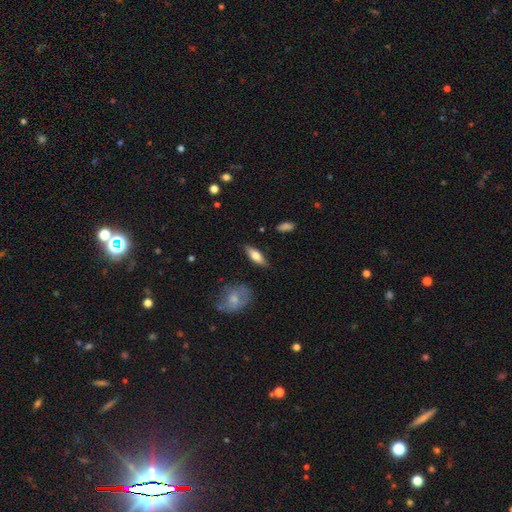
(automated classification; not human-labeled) A smooth galaxy with no disk features (64%) that is in between round and cigar-shaped (62%).

Vote fractions:
- Smooth or featured? smooth: 64% / featured or disk: 29% / star or artifact: 6%
- How rounded? in between: 62% / cigar-shaped: 35% / round: 3%
- Merging? none: 85% / minor disturbance: 11% / major disturbance: 3% / merger: 2%